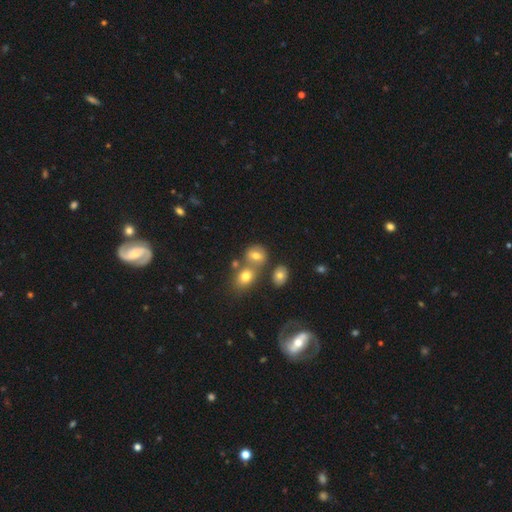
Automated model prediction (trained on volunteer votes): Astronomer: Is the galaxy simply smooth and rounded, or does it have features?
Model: smooth — 70%.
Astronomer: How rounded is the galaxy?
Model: round — 57% (runner-up: in between, 41%).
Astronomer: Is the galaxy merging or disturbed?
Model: none — 51% (runner-up: merger, 33%).